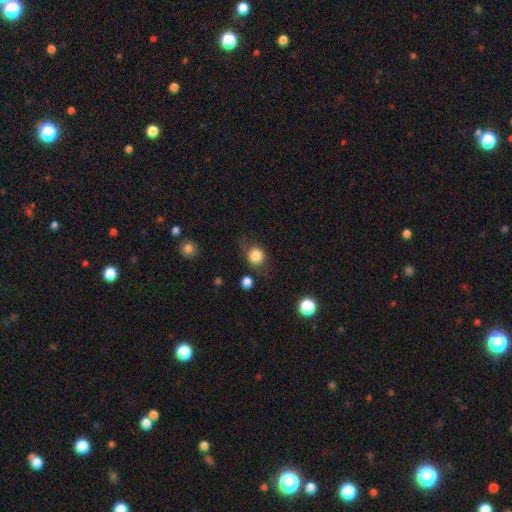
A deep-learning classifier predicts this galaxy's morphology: This is clearly a smooth galaxy (83%). How rounded: clearly round (84%). Merging: likely none (69%).